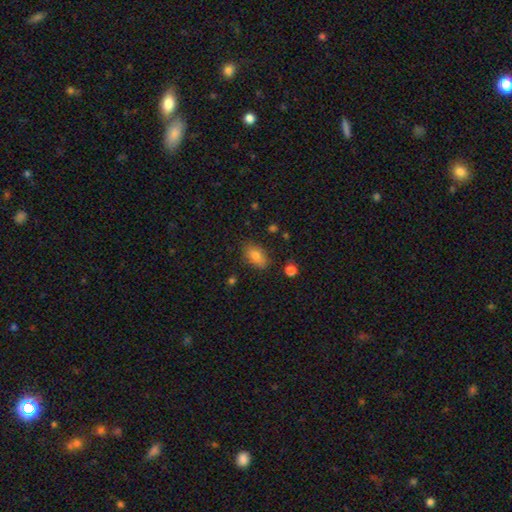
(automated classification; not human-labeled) Smooth or featured? Predicted: smooth (p=0.80). How rounded? Predicted: in between (p=0.88). Merging? Predicted: none (p=0.77).